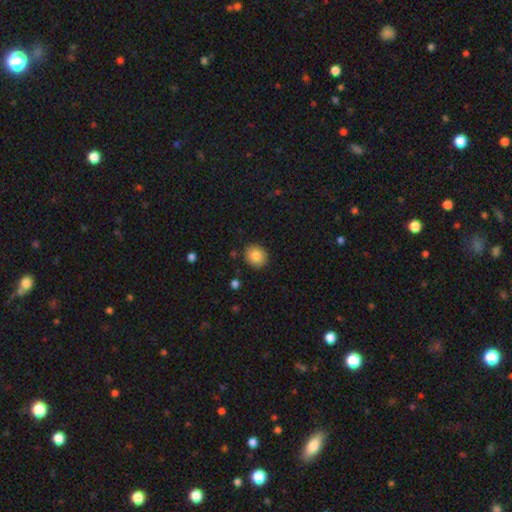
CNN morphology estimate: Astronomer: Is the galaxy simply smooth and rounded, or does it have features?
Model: smooth — 84%.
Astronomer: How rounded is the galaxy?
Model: round — 77%.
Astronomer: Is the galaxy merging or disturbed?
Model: none — 89%.